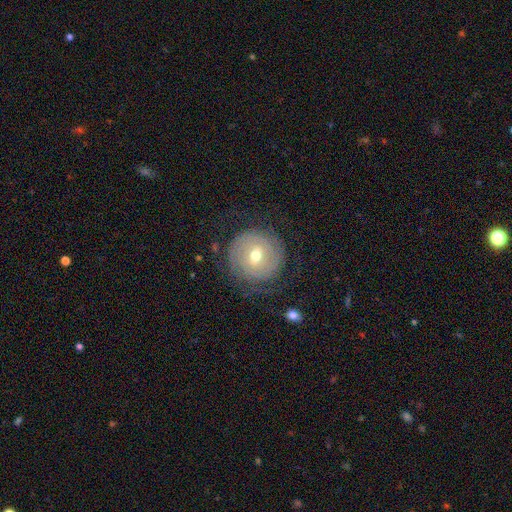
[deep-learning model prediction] This is likely a featured or disk galaxy (66%). It is clearly not viewed edge-on (97%). Bar: possibly weak (47%). Spiral arm pattern: clearly yes (81%). Spiral arm count: marginally 2 (44%). Spiral winding: likely tight (71%). Central bulge: likely moderate (64%). Merging: likely none (74%).